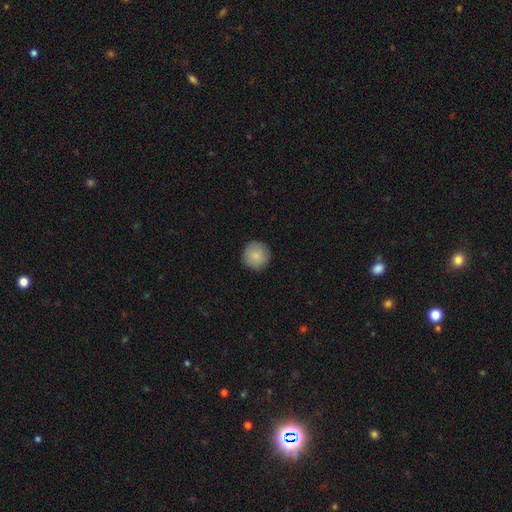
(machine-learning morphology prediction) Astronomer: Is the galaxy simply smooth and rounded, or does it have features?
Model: smooth — 86%.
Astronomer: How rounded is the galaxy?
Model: round — 95%.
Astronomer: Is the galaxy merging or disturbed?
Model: none — 90%.